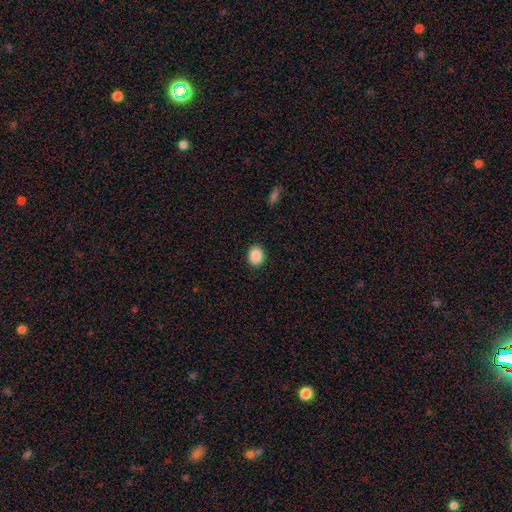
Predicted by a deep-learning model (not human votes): This appears to be a smooth galaxy with no disk features (89%) that is round (50%). Merging: none (91%).